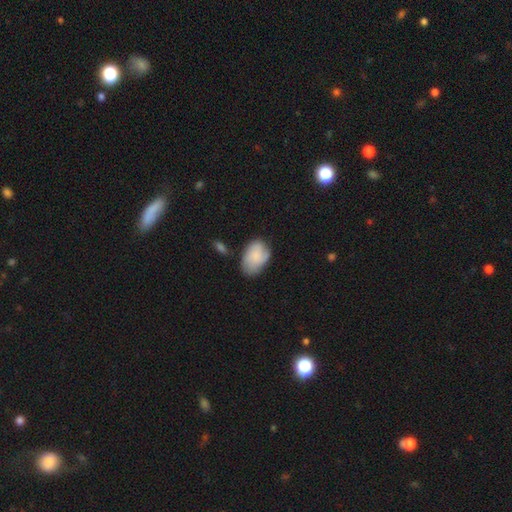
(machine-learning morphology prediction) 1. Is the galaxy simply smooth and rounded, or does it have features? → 69% smooth, 24% featured or disk, 7% star or artifact.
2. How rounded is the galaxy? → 86% in between, 13% round, 1% cigar-shaped.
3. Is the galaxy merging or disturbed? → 59% none, 28% minor disturbance, 8% major disturbance, 5% merger.